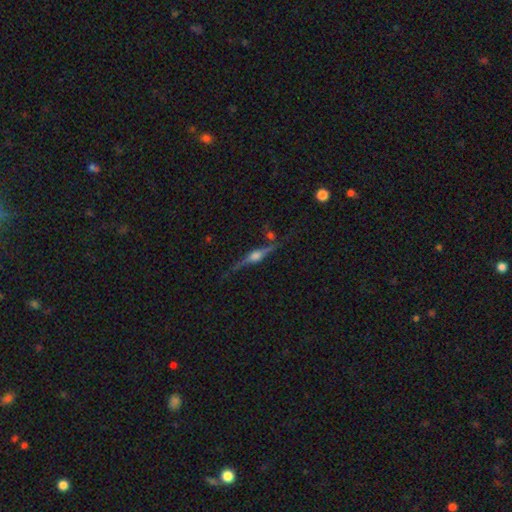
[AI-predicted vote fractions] Overall: featured or disk (82%). Edge-on disk: yes (97%). Edge-on bulge: rounded (91%). Merging: none (76%).